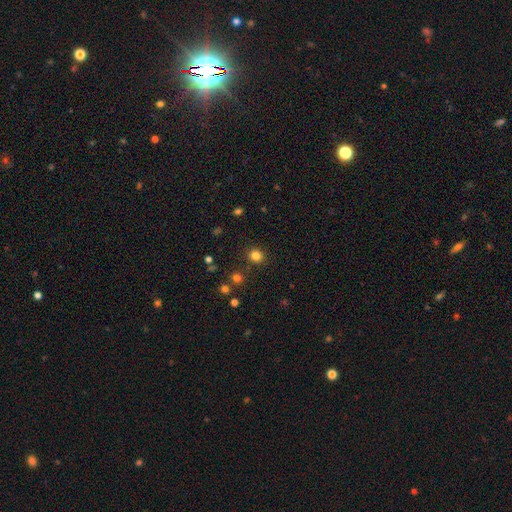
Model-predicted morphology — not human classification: This appears to be a smooth galaxy with no disk features (80%) that is round (84%). Merging: none (87%).